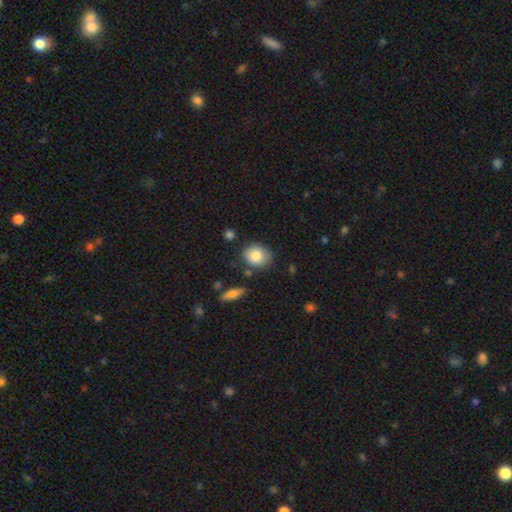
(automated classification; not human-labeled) smooth_or_featured: smooth (p=0.83) [alt: featured or disk p=0.10]
how_rounded: round (p=0.61) [alt: in between p=0.37]
merging: none (p=0.77) [alt: minor disturbance p=0.15]